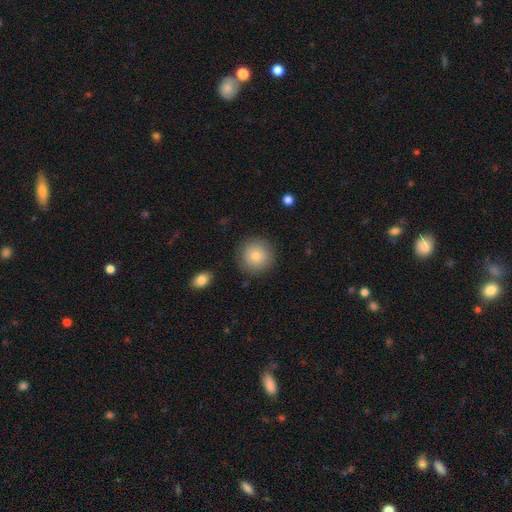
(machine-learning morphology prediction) This is likely a smooth galaxy (76%). How rounded: clearly round (94%). Merging: clearly none (88%).